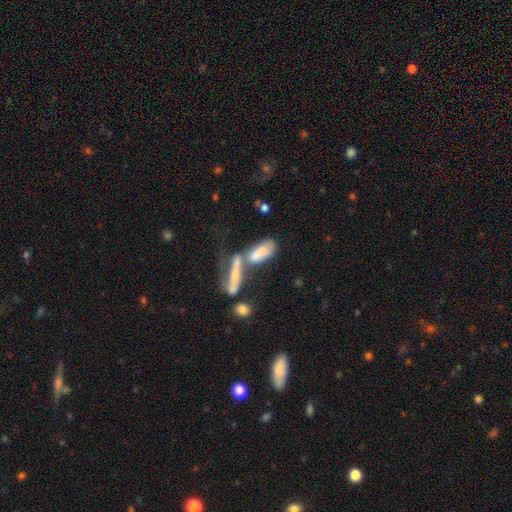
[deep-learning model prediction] Smooth or featured? Predicted: smooth (p=0.42). Merging? Predicted: merger (p=0.57).